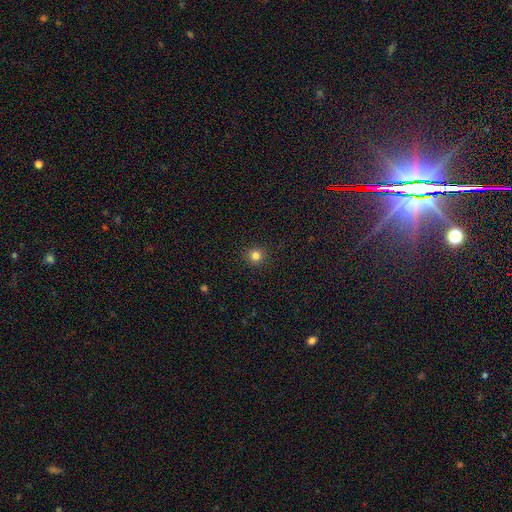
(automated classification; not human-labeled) Smooth or featured? Predicted: smooth (p=0.82). How rounded? Predicted: round (p=0.94). Merging? Predicted: none (p=0.92).